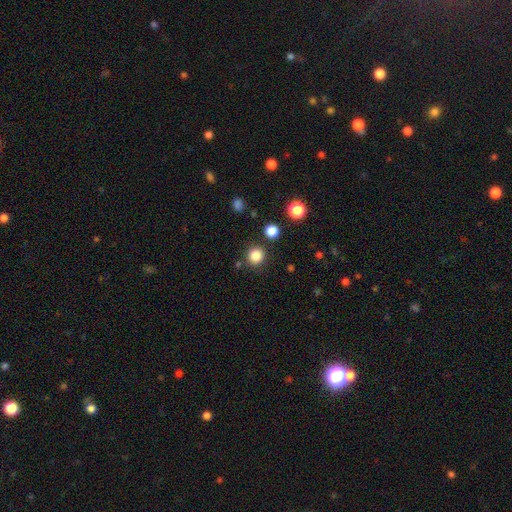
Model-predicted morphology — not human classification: The model was most divided on "smooth or featured": smooth: 84%, star or artifact: 12%, featured or disk: 4%. More confident: how rounded — round (92%); merging — none (87%).